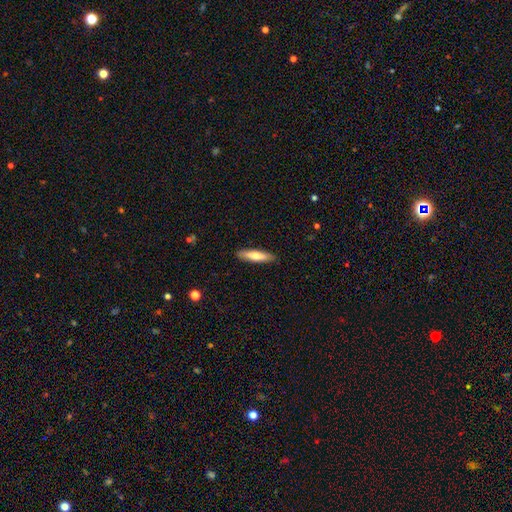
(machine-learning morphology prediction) Smooth or featured?
  - smooth: 67% *
  - featured or disk: 27%
  - star or artifact: 6%
How rounded?
  - cigar-shaped: 76% *
  - in between: 22%
  - round: 1%
Merging?
  - none: 89% *
  - minor disturbance: 8%
  - major disturbance: 2%
  - merger: 1%